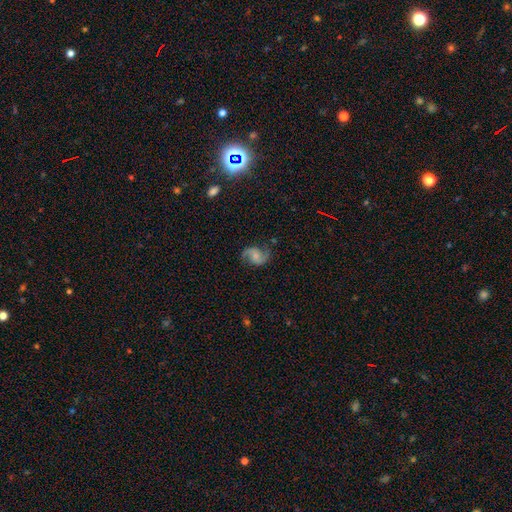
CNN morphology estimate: Smooth or featured? featured or disk (83%)
Edge-on disk? no (98%)
Bar? no (58%)
Spiral arms? yes (97%)
Spiral winding? medium (46%)
Spiral arm count? 2 (93%)
Bulge size? small (40%)
Merging? none (77%)